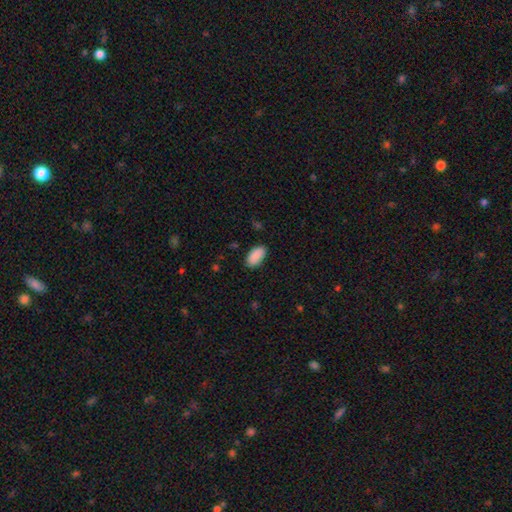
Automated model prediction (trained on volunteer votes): This is clearly a smooth galaxy (90%). How rounded: clearly in between (95%). Merging: clearly none (85%).